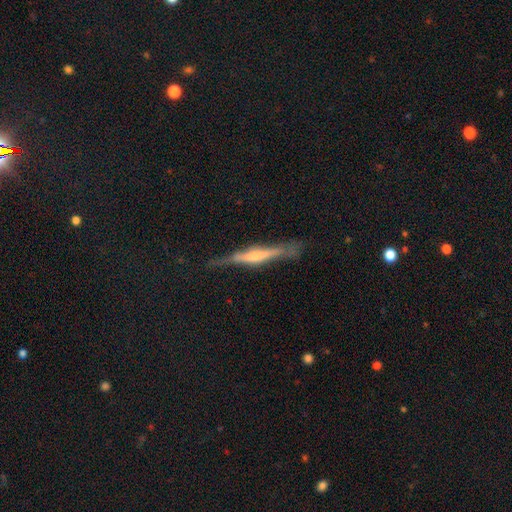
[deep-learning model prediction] featured or disk 64%, smooth 30%, star or artifact 6%. Down the decision tree: edge-on disk — yes (95%); edge-on bulge — boxy (38%); merging — none (71%).